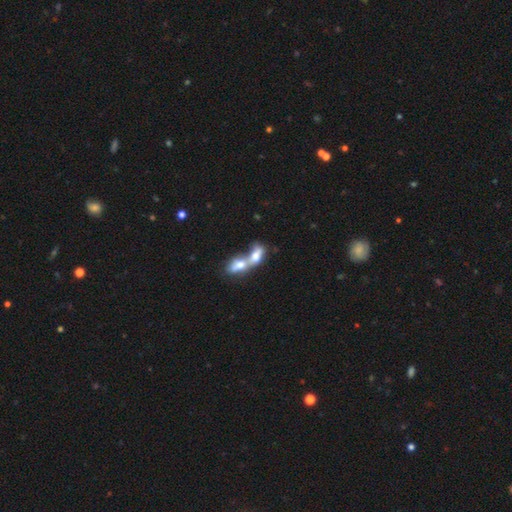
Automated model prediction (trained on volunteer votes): This is likely a smooth galaxy (66%). How rounded: likely in between (79%). Merging: clearly merger (83%).